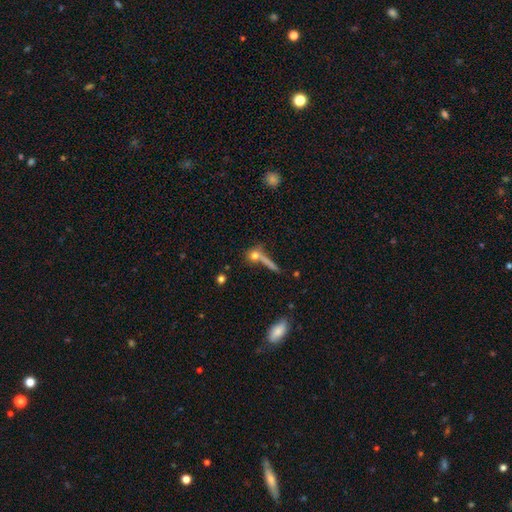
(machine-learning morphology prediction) This appears to be a smooth galaxy with no disk features (65%) that is round (56%). Merging: none (56%).